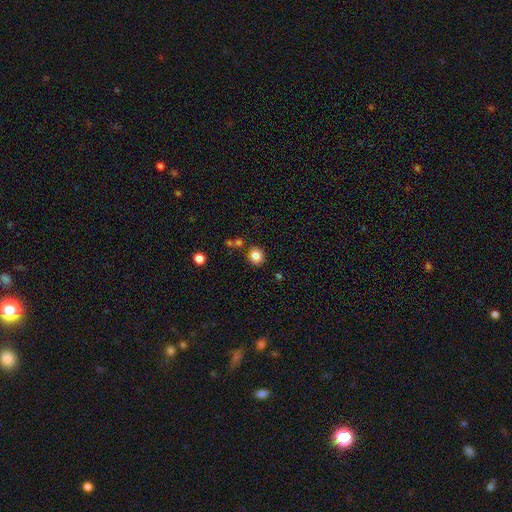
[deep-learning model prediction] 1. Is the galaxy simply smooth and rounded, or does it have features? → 83% smooth, 11% star or artifact, 6% featured or disk.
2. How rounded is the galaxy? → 82% round, 17% in between, 1% cigar-shaped.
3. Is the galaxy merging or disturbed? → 81% none, 10% minor disturbance, 6% merger, 3% major disturbance.